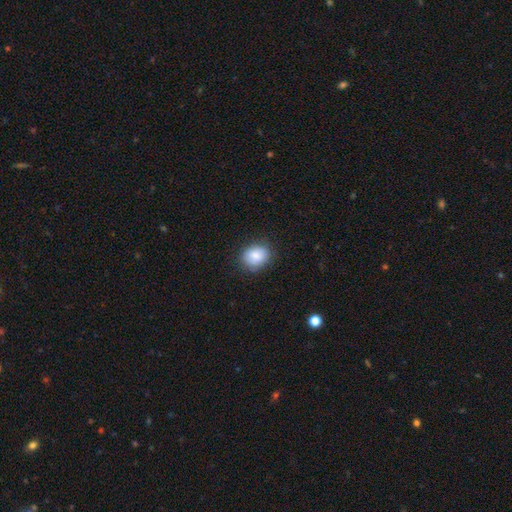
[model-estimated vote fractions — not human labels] smooth-or-featured: smooth: 84% | featured or disk: 8% | star or artifact: 8%
  how-rounded: round: 51% | in between: 48% | cigar-shaped: 1%
  merging: none: 82% | minor disturbance: 14% | major disturbance: 3% | merger: 1%